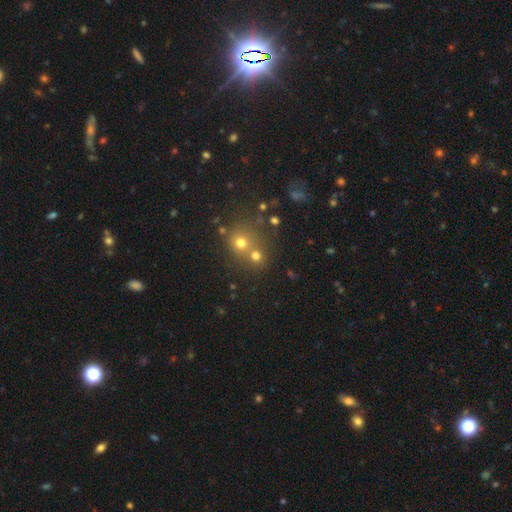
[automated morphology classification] smooth-or-featured: smooth: 68% | star or artifact: 21% | featured or disk: 11%
  how-rounded: round: 85% | in between: 14% | cigar-shaped: 1%
  merging: none: 52% | merger: 38% | minor disturbance: 7% | major disturbance: 3%